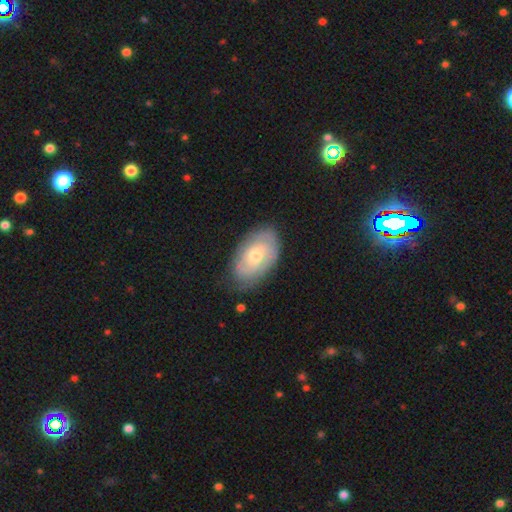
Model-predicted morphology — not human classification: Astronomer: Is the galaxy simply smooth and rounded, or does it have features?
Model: featured or disk — 59% (runner-up: smooth, 35%).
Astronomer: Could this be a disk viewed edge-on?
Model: no — 94%.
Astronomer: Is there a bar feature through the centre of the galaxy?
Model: no — 78%.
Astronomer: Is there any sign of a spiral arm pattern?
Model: yes — 76%.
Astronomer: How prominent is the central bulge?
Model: moderate — 63%.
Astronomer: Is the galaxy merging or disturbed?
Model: none — 73%.